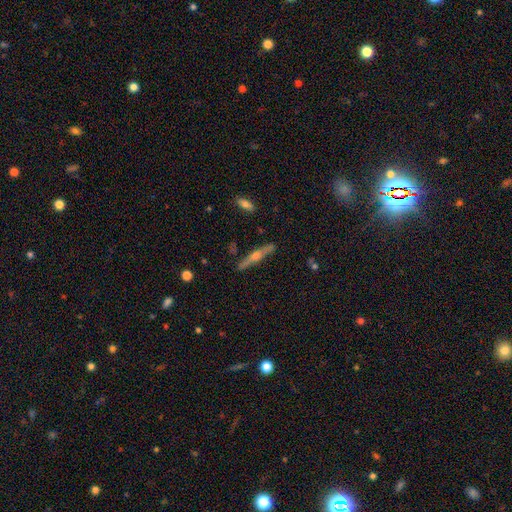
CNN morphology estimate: Overall: featured or disk (73%). Edge-on disk: yes (97%). Edge-on bulge: rounded (90%). Merging: none (88%).